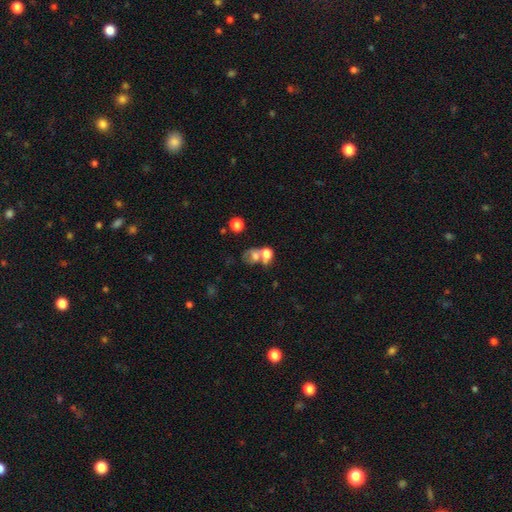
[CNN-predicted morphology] Q: Smooth or featured?
A: smooth (58%); runner-up: featured or disk (27%)
Q: How rounded?
A: round (49%); tied with: in between (49%)
Q: Merging?
A: merger (54%); runner-up: none (26%)